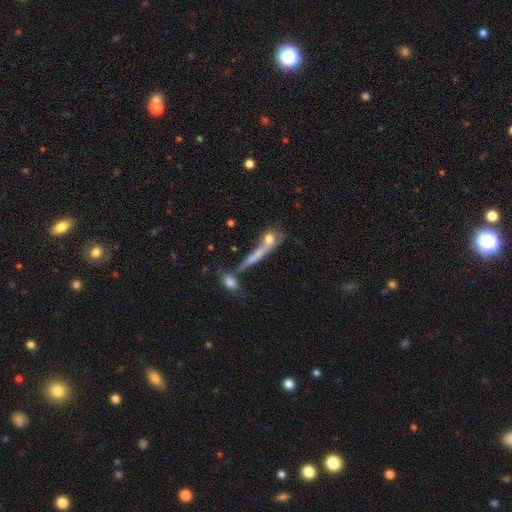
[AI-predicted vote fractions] smooth 52%, featured or disk 36%, star or artifact 11%. Down the decision tree: how rounded — cigar-shaped (75%); merging — none (41%).